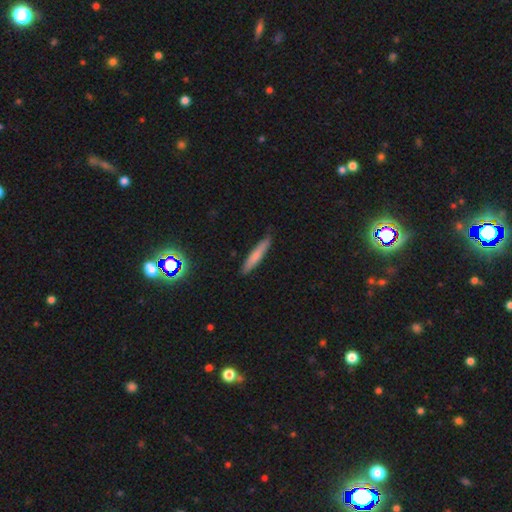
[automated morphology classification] smooth-or-featured: smooth: 73% | featured or disk: 19% | star or artifact: 8%
  how-rounded: cigar-shaped: 92% | in between: 6% | round: 1%
  merging: none: 86% | minor disturbance: 11% | major disturbance: 2% | merger: 1%